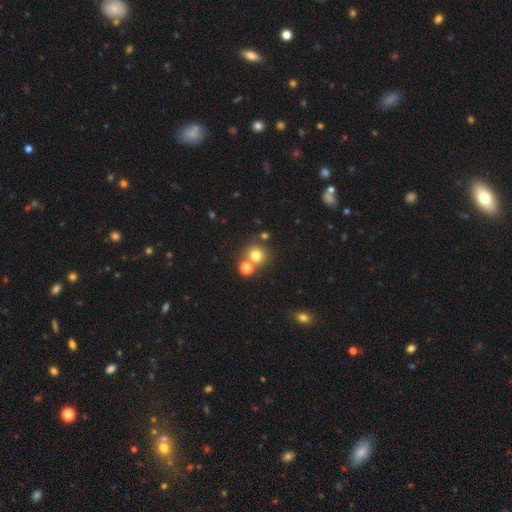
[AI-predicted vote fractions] Overall: smooth (74%). How rounded: round (89%). Merging: none (65%).